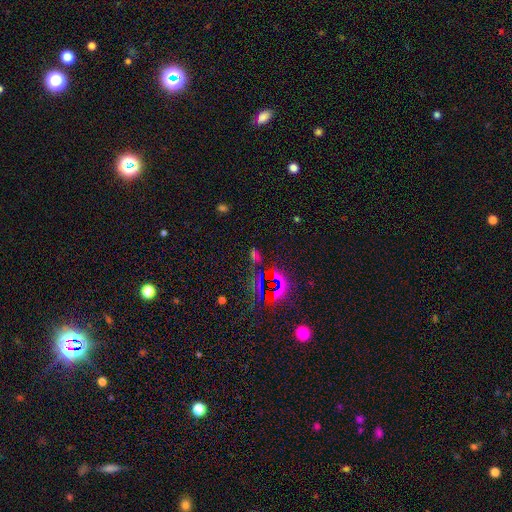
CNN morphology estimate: star or artifact 59%, smooth 31%, featured or disk 11%.